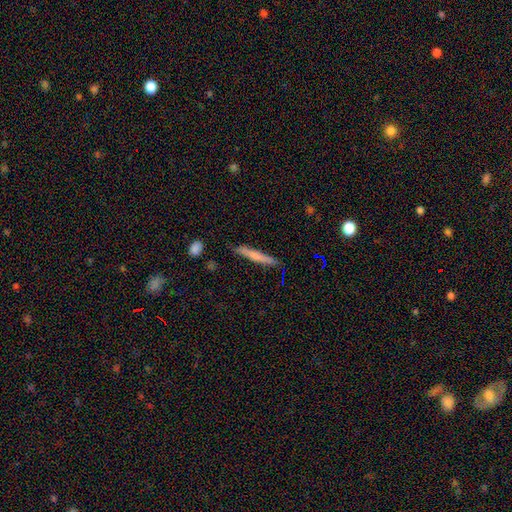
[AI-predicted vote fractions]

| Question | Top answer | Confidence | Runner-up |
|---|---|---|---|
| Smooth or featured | smooth | 65% | featured or disk (29%) |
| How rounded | cigar-shaped | 95% | in between (3%) |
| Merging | none | 83% | minor disturbance (13%) |